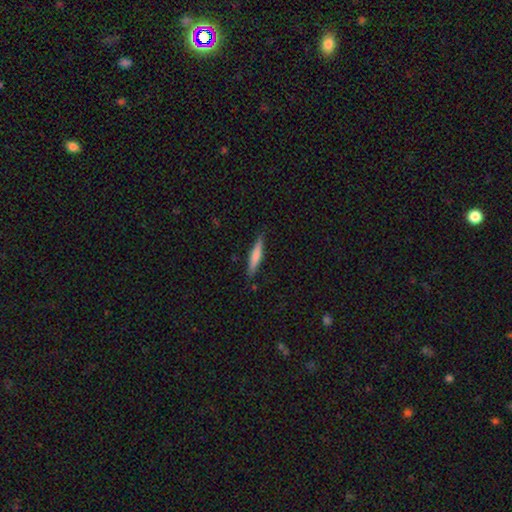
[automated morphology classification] smooth 67%, featured or disk 27%, star or artifact 6%. Down the decision tree: how rounded — cigar-shaped (88%); merging — none (86%).